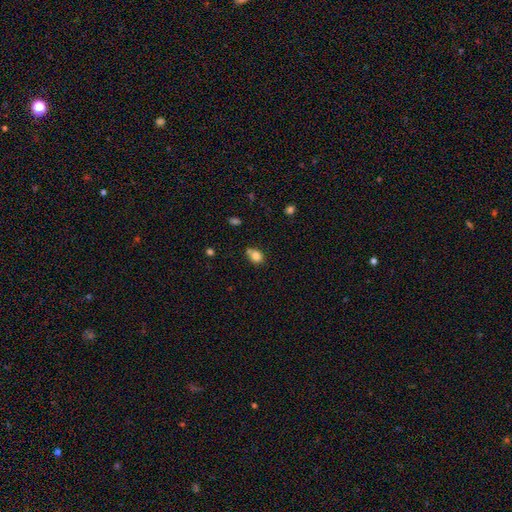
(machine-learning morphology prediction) Smooth or featured? smooth (81%)
How rounded? in between (53%)
Merging? none (52%)